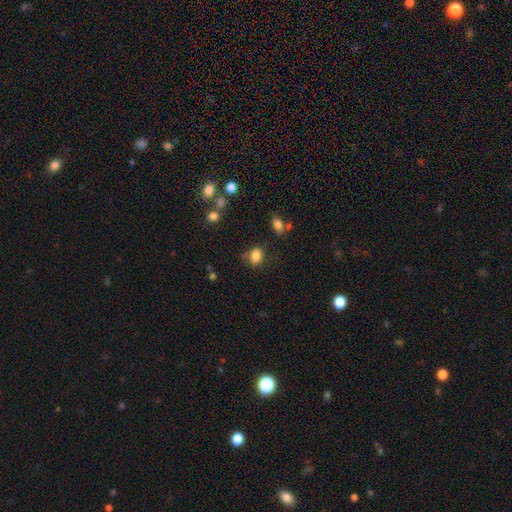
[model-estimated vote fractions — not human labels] A smooth galaxy with no disk features (84%) that is round (53%). Merging: none (68%).